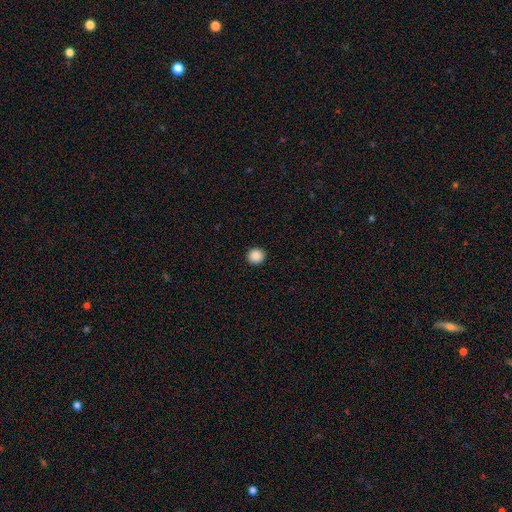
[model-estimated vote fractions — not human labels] Smooth or featured? Predicted: smooth (p=0.88). How rounded? Predicted: round (p=0.93). Merging? Predicted: none (p=0.93).